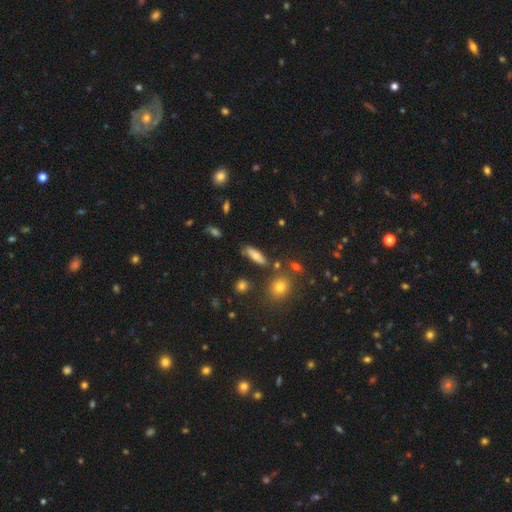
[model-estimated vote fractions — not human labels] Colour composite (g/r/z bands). It shows a smooth galaxy with no disk features (70%) that is in between round and cigar-shaped (58%). Merging: none (70%).